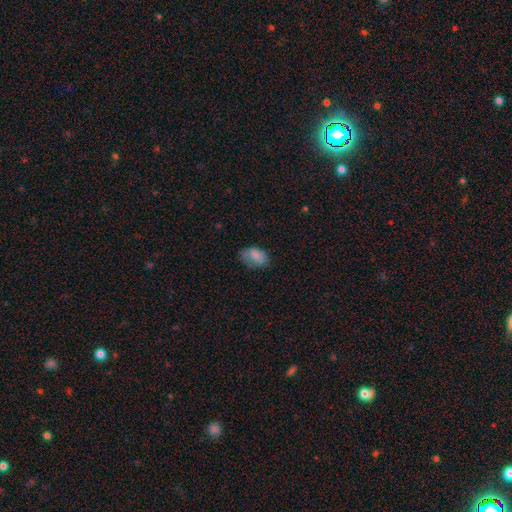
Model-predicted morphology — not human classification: This is likely a smooth galaxy (76%). How rounded: clearly in between (85%). Merging: possibly none (55%).